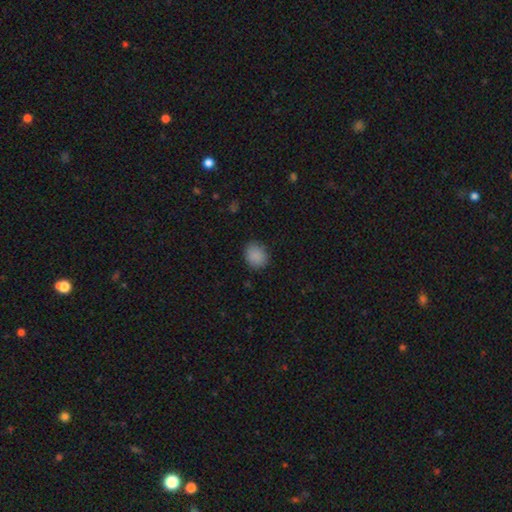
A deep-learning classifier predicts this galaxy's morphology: The model was most divided on "how rounded": round: 63%, in between: 36%, cigar-shaped: 1%. More confident: smooth or featured — smooth (87%); merging — none (83%).